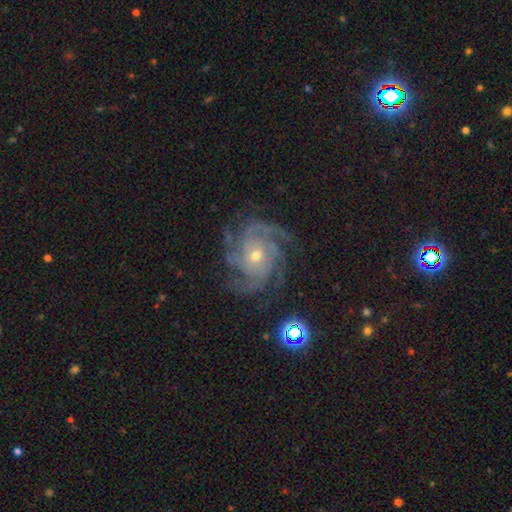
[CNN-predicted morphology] smooth-or-featured: featured or disk: 90% | star or artifact: 6% | smooth: 3%
  disk-edge-on: no: 98% | yes: 2%
    bar: no: 71% | weak: 23% | strong: 6%
    has-spiral-arms: yes: 98% | no: 2%
      spiral-winding: tight: 56% | medium: 38% | loose: 6%
      spiral-arm-count: 4: 35% | 3: 24% | more than 4: 15% | can't tell: 11% | 2: 8% | 1: 6%
    bulge-size: small: 59% | moderate: 38% | large: 1% | none: 1% | dominant: 1%
  merging: none: 77% | minor disturbance: 15% | major disturbance: 7% | merger: 1%